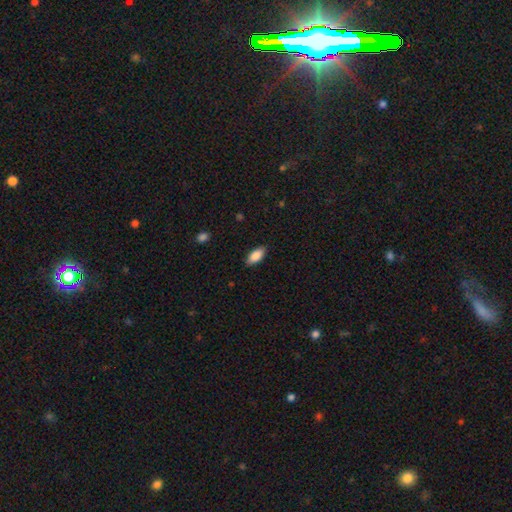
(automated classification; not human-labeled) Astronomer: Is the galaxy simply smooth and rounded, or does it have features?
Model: smooth — 86%.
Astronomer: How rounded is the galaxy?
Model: in between — 89%.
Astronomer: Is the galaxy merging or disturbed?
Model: none — 87%.